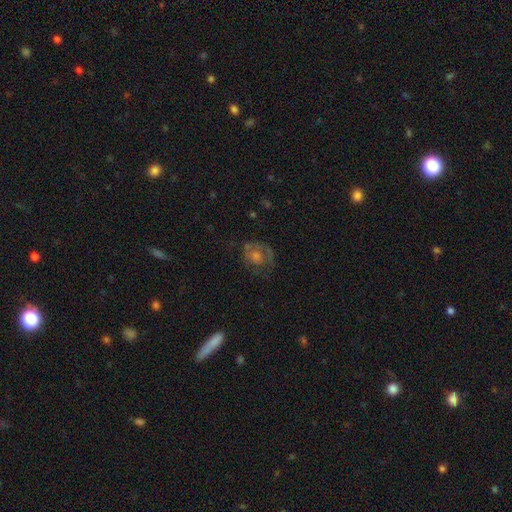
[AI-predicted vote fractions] The model was most divided on "bulge size": moderate: 47%, small: 34%, none: 9%, large: 8%, dominant: 2%. More confident: edge-on disk — no (96%); bar — no (80%); spiral arms — yes (63%); merging — none (60%); smooth or featured — featured or disk (55%).